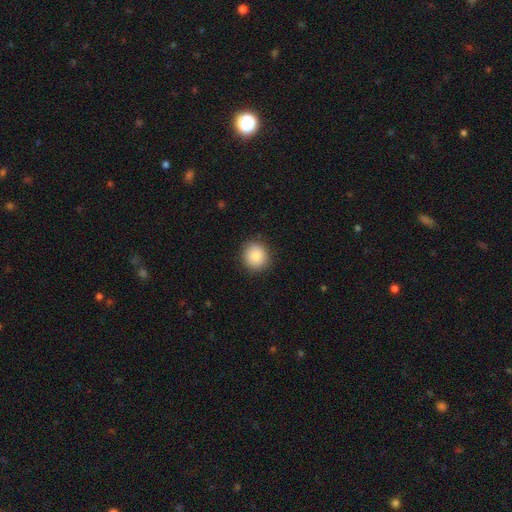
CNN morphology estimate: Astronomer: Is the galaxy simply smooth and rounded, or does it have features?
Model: smooth — 84%.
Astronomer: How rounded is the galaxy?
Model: round — 89%.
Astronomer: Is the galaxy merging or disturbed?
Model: none — 90%.